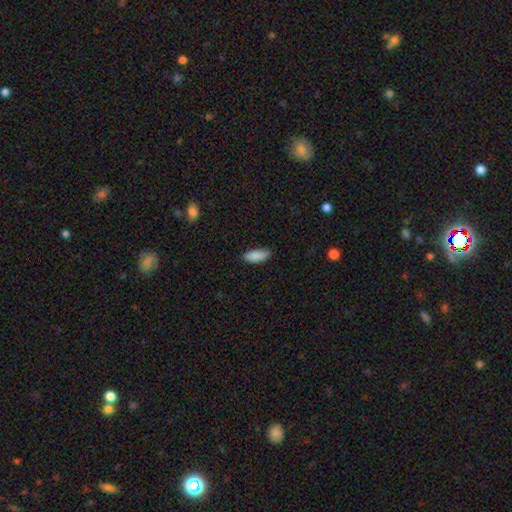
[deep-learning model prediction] The model was most divided on "how rounded": in between: 72%, cigar-shaped: 26%, round: 2%. More confident: smooth or featured — smooth (89%); merging — none (85%).